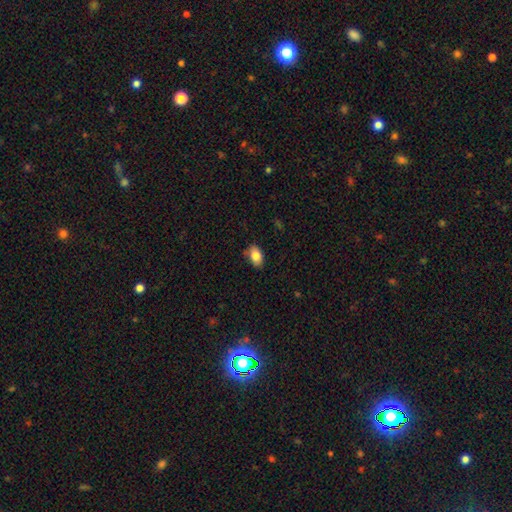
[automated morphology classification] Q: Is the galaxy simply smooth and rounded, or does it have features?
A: smooth — 84%.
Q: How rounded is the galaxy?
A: in between — 89%.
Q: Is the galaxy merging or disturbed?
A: none — 79%.